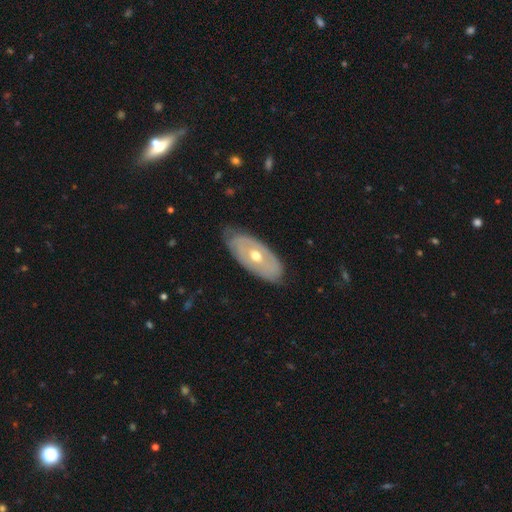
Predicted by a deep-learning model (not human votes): smooth-or-featured: featured or disk: 61% | smooth: 33% | star or artifact: 6%
  disk-edge-on: no: 84% | yes: 16%
    bar: no: 86% | weak: 10% | strong: 3%
    has-spiral-arms: no: 69% | yes: 31%
    bulge-size: moderate: 71% | small: 24% | large: 3% | dominant: 1% | none: 1%
  merging: none: 75% | minor disturbance: 20% | major disturbance: 4% | merger: 1%